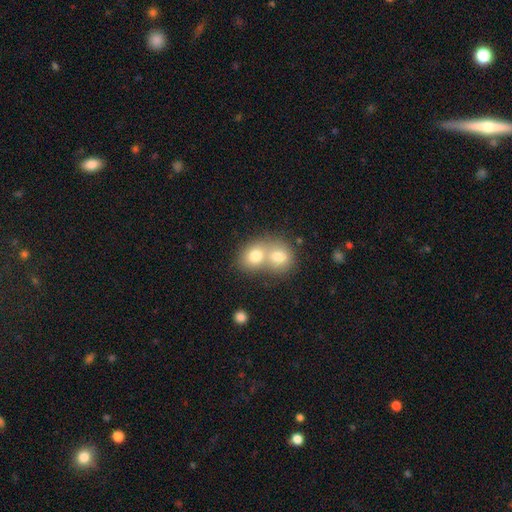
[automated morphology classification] Overall: smooth (75%). How rounded: round (63%; in between 36%). Merging: merger (68%).